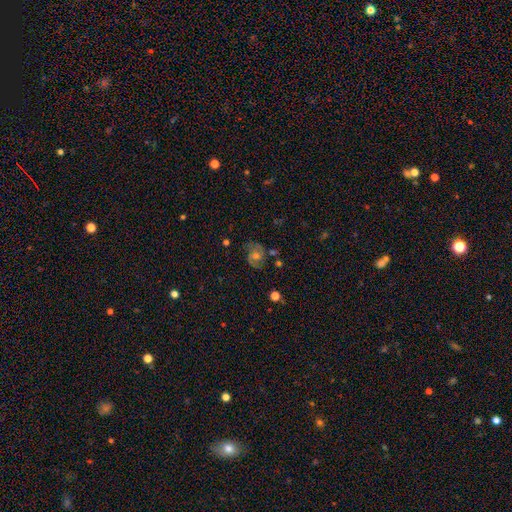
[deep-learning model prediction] smooth_or_featured: featured or disk (p=0.66) [alt: smooth p=0.20]
disk_edge_on: no (p=0.97) [alt: yes p=0.03]
bar: no (p=0.61) [alt: weak p=0.32]
has_spiral_arms: yes (p=0.89) [alt: no p=0.11]
spiral_winding: medium (p=0.50) [alt: tight p=0.31]
spiral_arm_count: 2 (p=0.77) [alt: can't tell p=0.12]
bulge_size: moderate (p=0.60) [alt: small p=0.31]
merging: none (p=0.71) [alt: minor disturbance p=0.17]